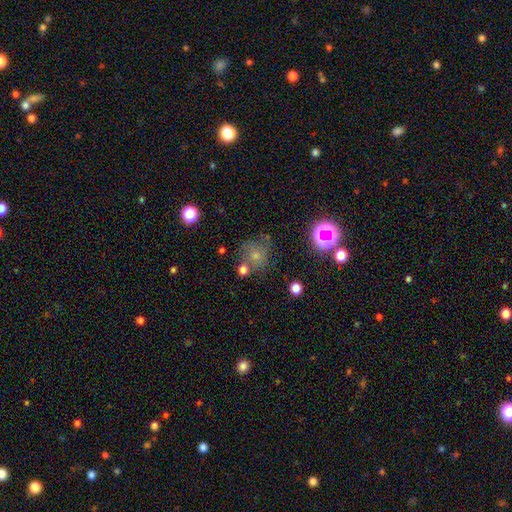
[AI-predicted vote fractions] This appears to be a smooth galaxy with no disk features (62%) that is round (81%). Merging: none (55%).